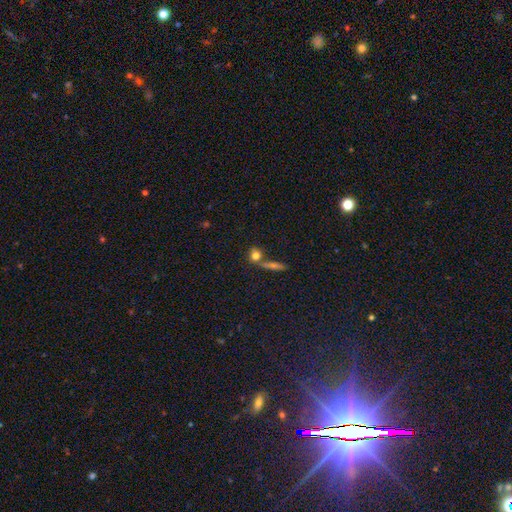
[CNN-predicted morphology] smooth-or-featured: smooth: 74% | star or artifact: 13% | featured or disk: 13%
  how-rounded: round: 70% | in between: 19% | cigar-shaped: 10%
  merging: none: 54% | merger: 31% | minor disturbance: 10% | major disturbance: 5%